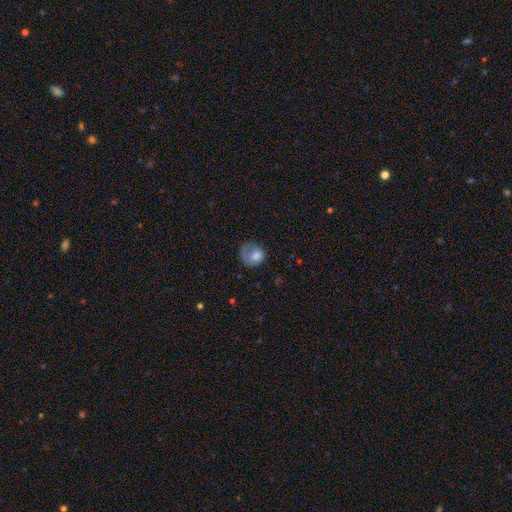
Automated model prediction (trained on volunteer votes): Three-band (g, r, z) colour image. It shows a smooth galaxy with no disk features (74%) that is round (69%). Merging: major disturbance (38%).